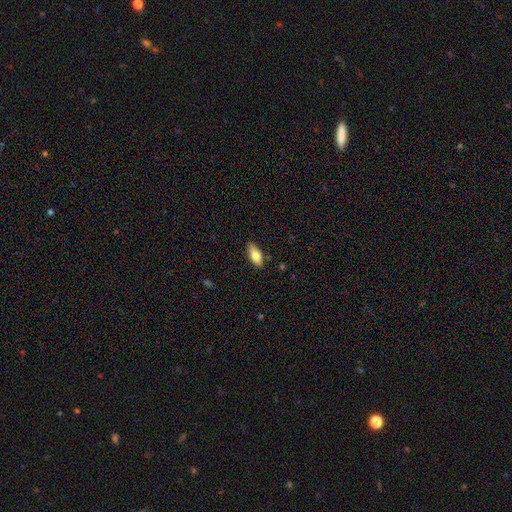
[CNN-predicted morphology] type=smooth (74%); roundness=in between (81%); merging=none (84%).